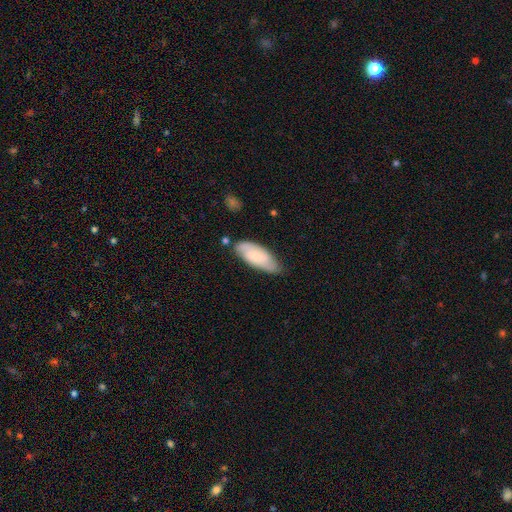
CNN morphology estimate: This appears to be a smooth galaxy with no disk features (59%) that is in between round and cigar-shaped (78%). Merging: none (69%).